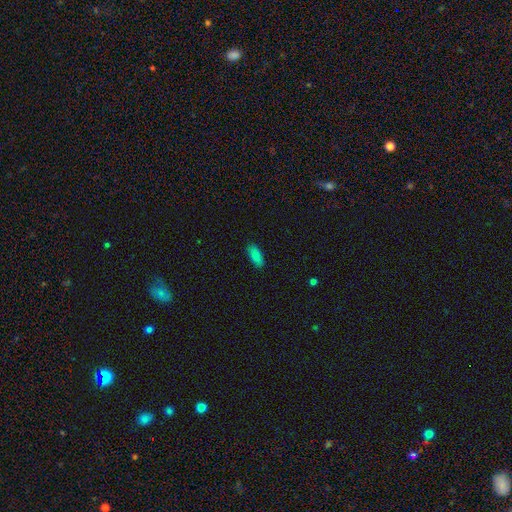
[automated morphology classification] Smooth or featured? Predicted: smooth (p=0.87). How rounded? Predicted: in between (p=0.81). Merging? Predicted: none (p=0.88).